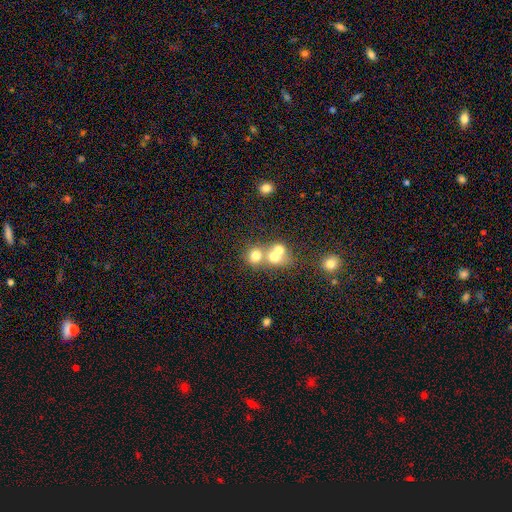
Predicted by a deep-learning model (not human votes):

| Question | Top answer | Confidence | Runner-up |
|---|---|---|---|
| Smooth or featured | smooth | 69% | featured or disk (16%) |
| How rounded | round | 80% | in between (19%) |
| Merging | merger | 56% | none (34%) |